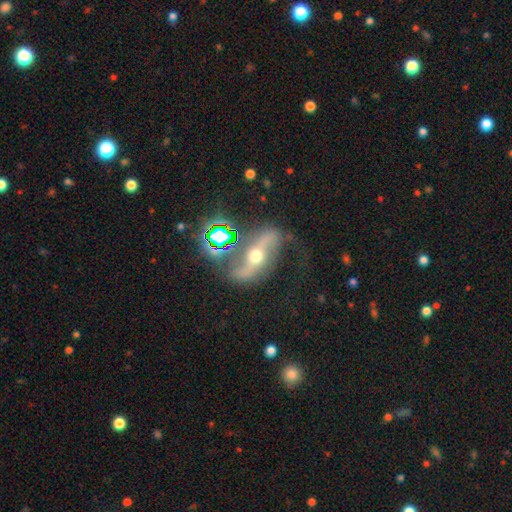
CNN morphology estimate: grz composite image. It shows a featured or disk galaxy (76%) with no bar (39%), 2 (91%) loose (77%) spiral arms (88%) and a moderate central bulge (70%). Merging: none (66%).